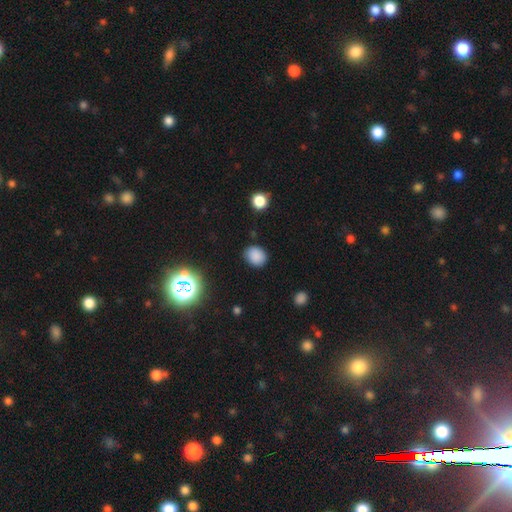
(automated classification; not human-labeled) This is clearly a smooth galaxy (84%). How rounded: possibly round (58%). Merging: clearly none (83%).